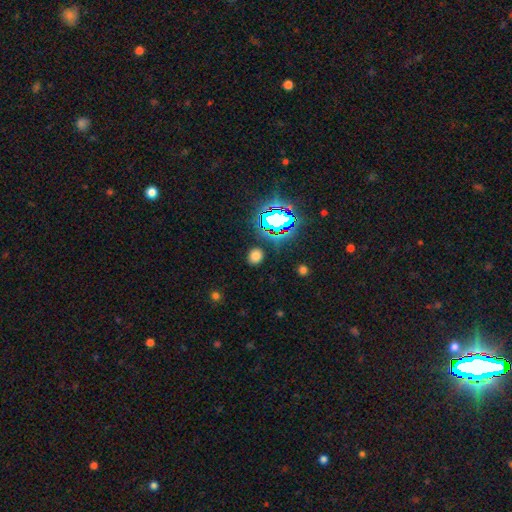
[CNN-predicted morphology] A smooth galaxy with no disk features (67%) that is round (78%).

Vote fractions:
- Smooth or featured? smooth: 67% / star or artifact: 27% / featured or disk: 6%
- How rounded? round: 78% / in between: 21% / cigar-shaped: 1%
- Merging? none: 87% / minor disturbance: 8% / major disturbance: 3% / merger: 2%